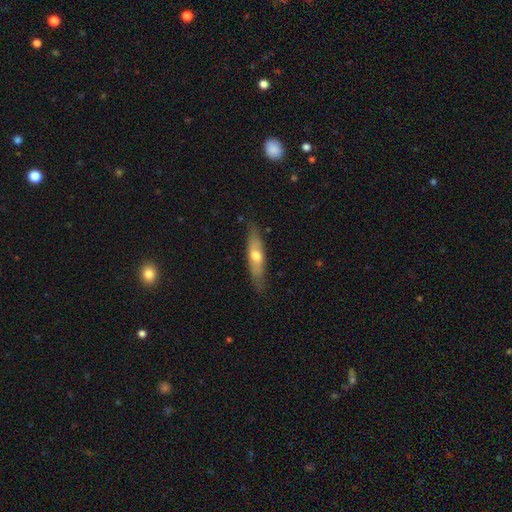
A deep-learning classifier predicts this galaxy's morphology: Smooth or featured: smooth — 52% (featured or disk — 42%)
How rounded: cigar-shaped — 68% (in between — 30%)
Merging: none — 80% (minor disturbance — 15%)